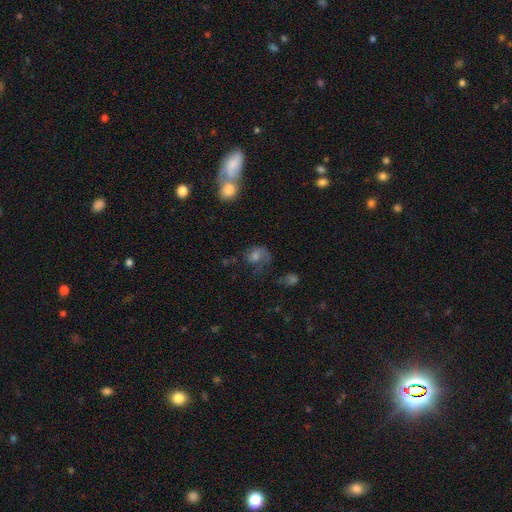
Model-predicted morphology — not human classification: A featured or disk galaxy (44%). Merging: none (36%).